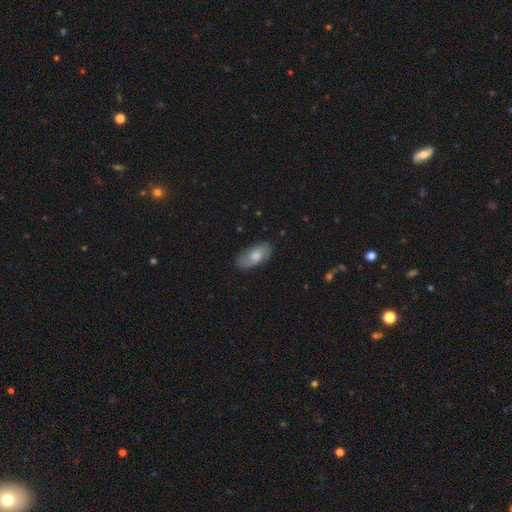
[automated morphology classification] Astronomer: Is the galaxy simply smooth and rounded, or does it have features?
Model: smooth — 63%.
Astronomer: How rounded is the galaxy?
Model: in between — 90%.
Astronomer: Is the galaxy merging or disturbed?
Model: none — 79%.